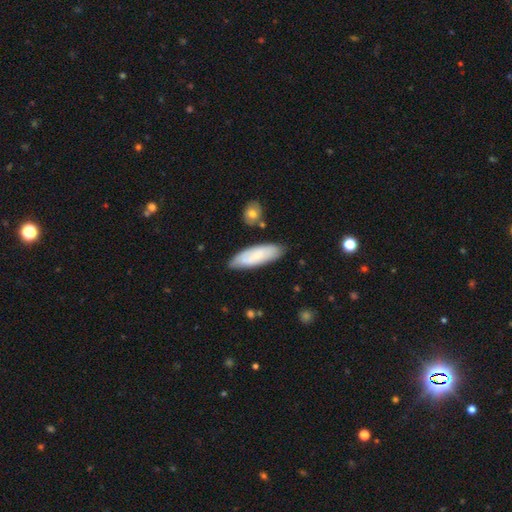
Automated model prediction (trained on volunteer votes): Q: Smooth or featured?
A: smooth (64%); runner-up: featured or disk (29%)
Q: How rounded?
A: in between (59%); runner-up: cigar-shaped (40%)
Q: Merging?
A: none (78%); runner-up: minor disturbance (16%)